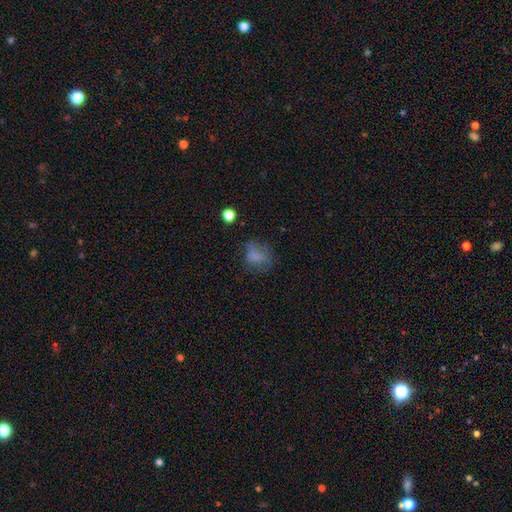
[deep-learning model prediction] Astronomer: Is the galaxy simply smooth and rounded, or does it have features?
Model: smooth — 68%.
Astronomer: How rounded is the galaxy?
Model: in between — 50% (runner-up: round, 48%).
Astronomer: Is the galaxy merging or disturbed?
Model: none — 48% (runner-up: minor disturbance, 26%).